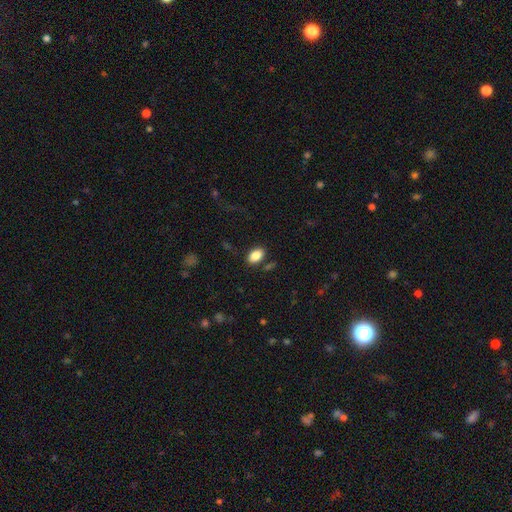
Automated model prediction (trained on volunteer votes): smooth 87%, star or artifact 8%, featured or disk 5%. Down the decision tree: how rounded — in between (90%); merging — none (83%).